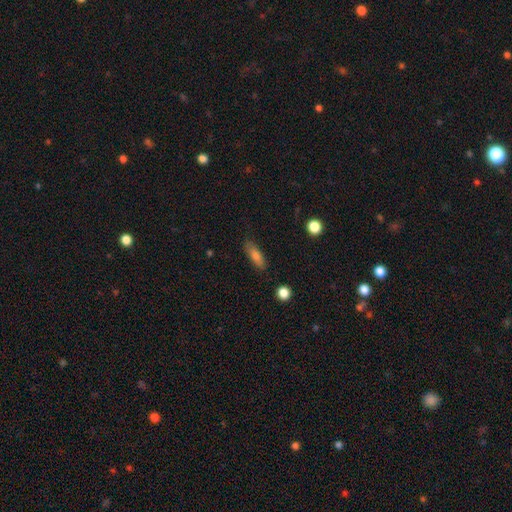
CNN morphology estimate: Smooth or featured? Predicted: smooth (p=0.76). How rounded? Predicted: cigar-shaped (p=0.51). Merging? Predicted: none (p=0.84).